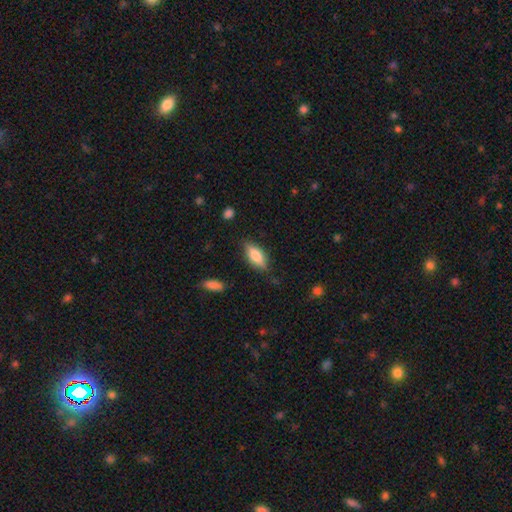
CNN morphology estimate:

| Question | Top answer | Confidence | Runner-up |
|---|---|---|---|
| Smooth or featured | smooth | 76% | featured or disk (18%) |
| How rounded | in between | 75% | cigar-shaped (23%) |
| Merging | none | 81% | minor disturbance (14%) |